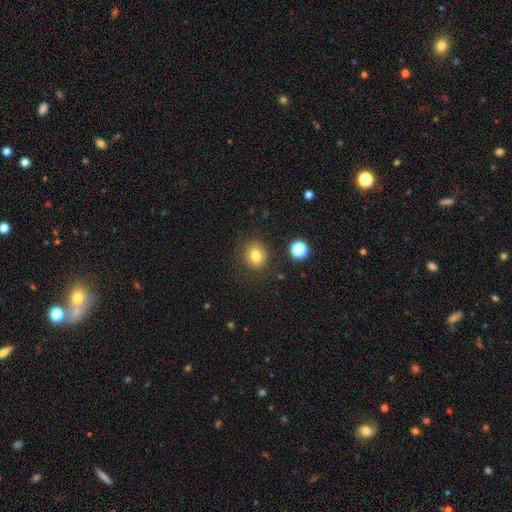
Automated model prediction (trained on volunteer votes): smooth 79%, star or artifact 13%, featured or disk 9%. Down the decision tree: how rounded — round (73%); merging — none (86%).